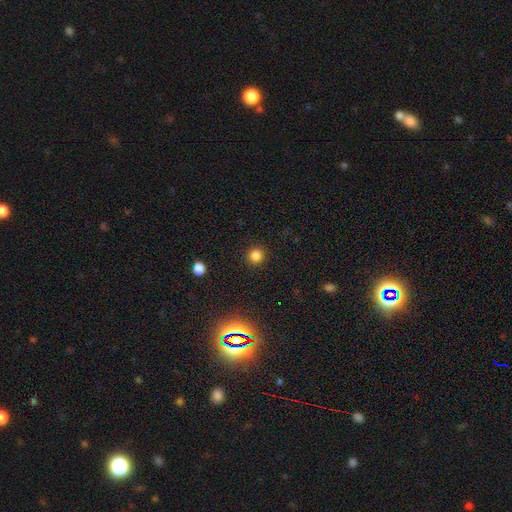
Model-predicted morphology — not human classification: This appears to be a smooth galaxy with no disk features (82%) that is round (94%). Merging: none (91%).